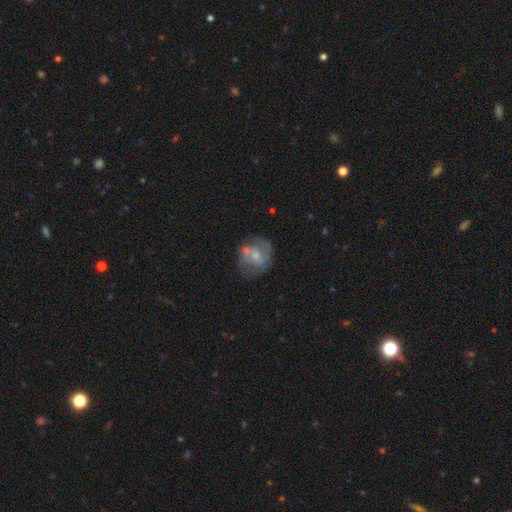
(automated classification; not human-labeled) A featured or disk galaxy (53%) with no bar (64%), no spiral arms (50%, tied with yes) and a small central bulge (56%). Merging: none (45%).